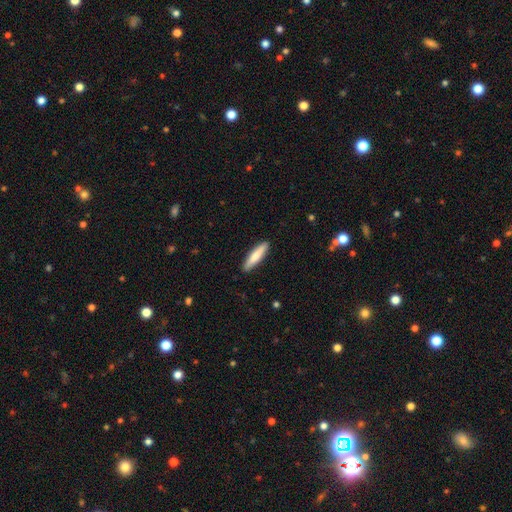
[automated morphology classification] smooth 74%, featured or disk 21%, star or artifact 5%. Down the decision tree: how rounded — cigar-shaped (82%); merging — none (90%).